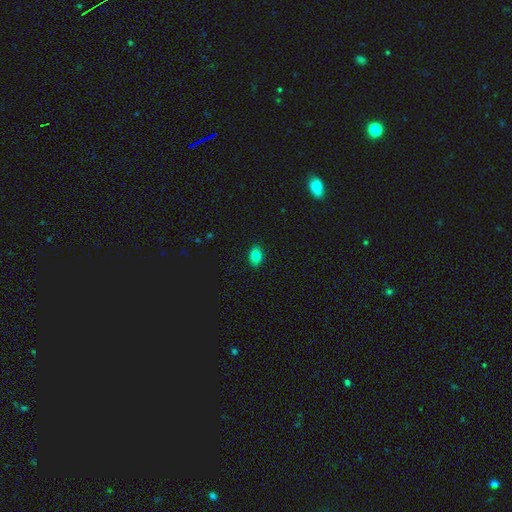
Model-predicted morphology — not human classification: smooth-or-featured: smooth: 84% | star or artifact: 10% | featured or disk: 6%
  how-rounded: in between: 82% | round: 17% | cigar-shaped: 1%
  merging: none: 89% | minor disturbance: 8% | major disturbance: 2% | merger: 1%